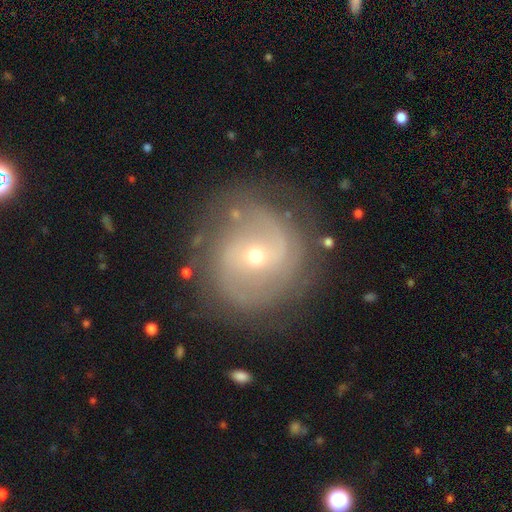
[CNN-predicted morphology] Overall: featured or disk (79%). Edge-on disk: no (97%). Bar: no (55%; weak 35%). Spiral arms: yes (91%). Spiral arm count: 2 (69%). Spiral winding: tight (43%; medium 41%). Bulge size: small (62%; moderate 35%). Merging: none (78%).